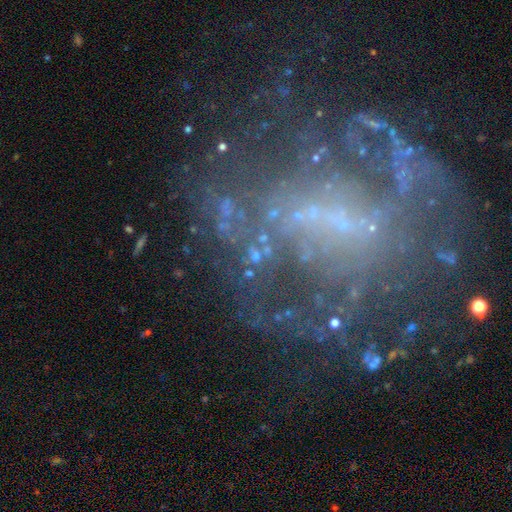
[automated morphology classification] A star or artifact, not a galaxy (39%).

Vote fractions:
- Smooth or featured? star or artifact: 39% / featured or disk: 36% / smooth: 25%